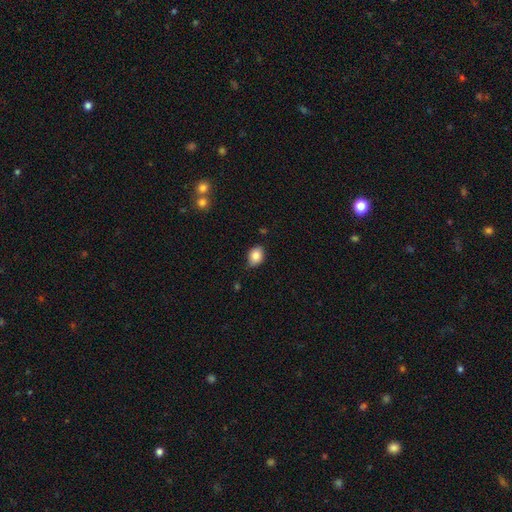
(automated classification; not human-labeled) This is clearly a smooth galaxy (83%). How rounded: likely in between (67%). Merging: likely none (74%).